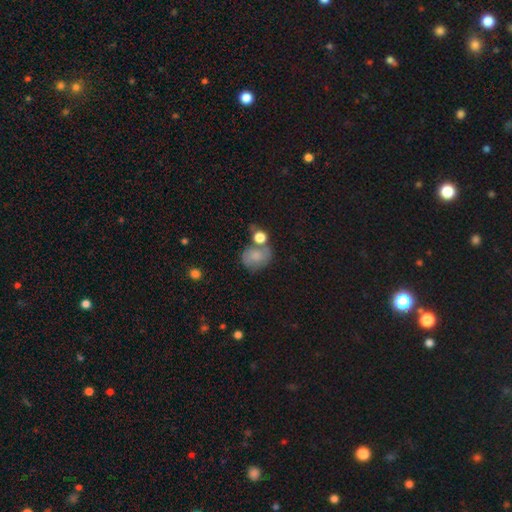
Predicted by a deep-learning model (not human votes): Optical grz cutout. It shows a smooth galaxy with no disk features (69%) that is round (54%). Merging: none (40%).